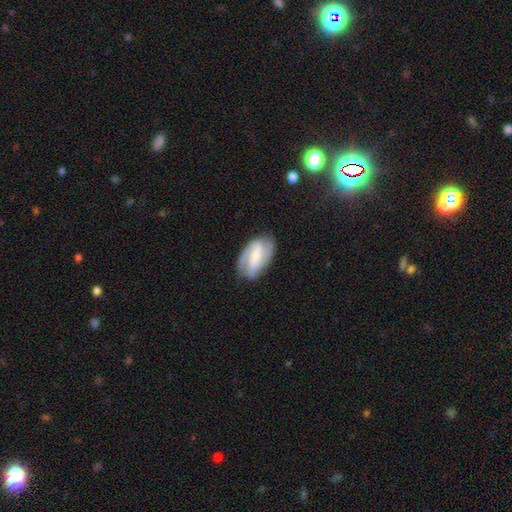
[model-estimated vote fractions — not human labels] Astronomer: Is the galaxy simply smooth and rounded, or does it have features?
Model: featured or disk — 78%.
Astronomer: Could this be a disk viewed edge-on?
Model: no — 96%.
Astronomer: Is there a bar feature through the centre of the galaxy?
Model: strong — 46% (runner-up: weak, 37%).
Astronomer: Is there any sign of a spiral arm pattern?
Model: yes — 94%.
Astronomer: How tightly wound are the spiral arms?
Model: medium — 46% (runner-up: tight, 38%).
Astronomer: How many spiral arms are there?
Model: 2 — 80%.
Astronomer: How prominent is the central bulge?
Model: small — 49% (runner-up: moderate, 34%).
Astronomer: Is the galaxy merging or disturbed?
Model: none — 79%.